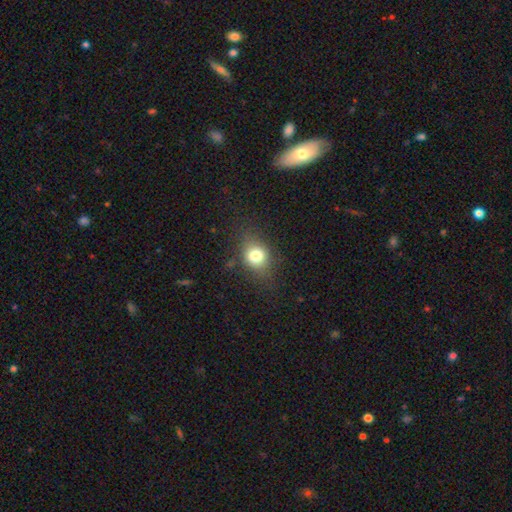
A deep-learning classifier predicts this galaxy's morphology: This appears to be a smooth galaxy with no disk features (74%) that is round (54%). Merging: none (73%).